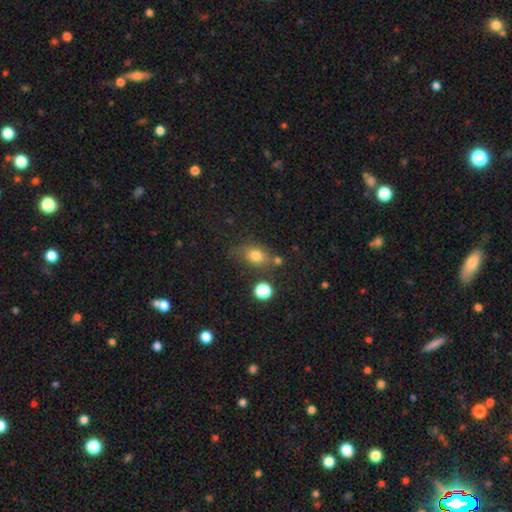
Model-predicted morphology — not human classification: This appears to be a smooth galaxy with no disk features (78%) that is in between round and cigar-shaped (64%). Merging: none (61%).